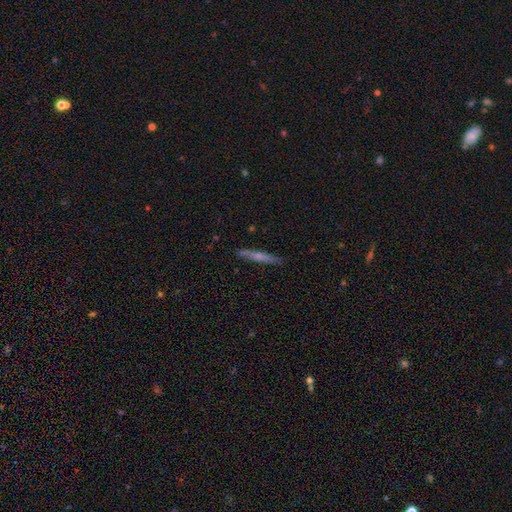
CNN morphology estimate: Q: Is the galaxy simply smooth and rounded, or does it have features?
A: featured or disk — 57%.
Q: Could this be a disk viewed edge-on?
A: yes — 96%.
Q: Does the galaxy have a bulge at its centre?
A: rounded — 60%.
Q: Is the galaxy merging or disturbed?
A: none — 89%.